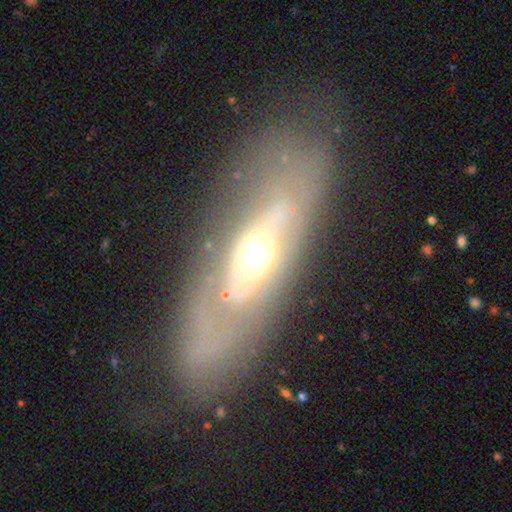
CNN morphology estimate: type=featured or disk (70%); edge-on=no (74%); bar=no (73%); spiral arms=no (66%); bulge=moderate (66%); merging=none (71%).